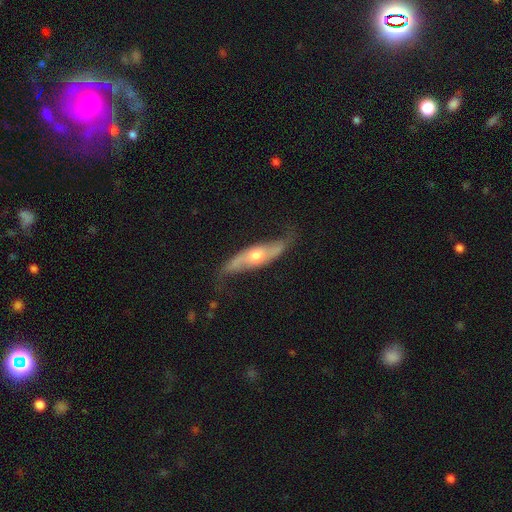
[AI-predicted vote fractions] Overall: featured or disk (82%). Edge-on disk: no (72%). Bar: no (64%). Spiral arms: yes (91%). Spiral arm count: 2 (92%). Spiral winding: loose (75%). Bulge size: moderate (71%). Merging: none (72%).